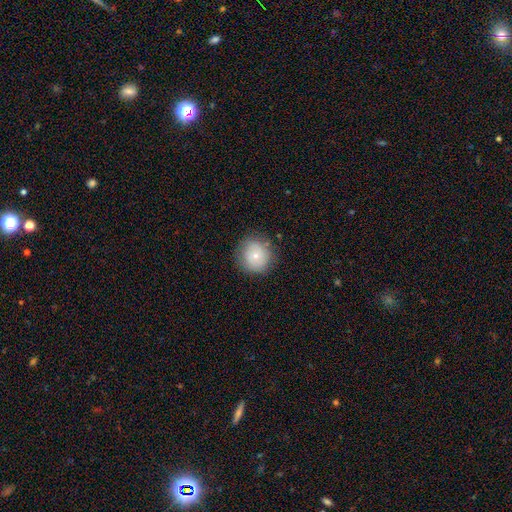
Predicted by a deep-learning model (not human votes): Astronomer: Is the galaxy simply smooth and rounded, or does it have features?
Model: smooth — 73%.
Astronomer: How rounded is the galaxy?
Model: round — 92%.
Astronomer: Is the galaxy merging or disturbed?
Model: none — 82%.